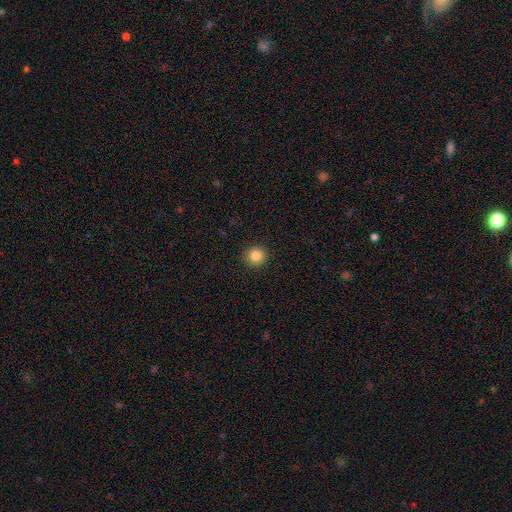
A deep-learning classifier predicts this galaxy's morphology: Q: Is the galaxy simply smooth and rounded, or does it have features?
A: smooth — 85%.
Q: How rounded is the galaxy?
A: round — 92%.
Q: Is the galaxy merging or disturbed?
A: none — 92%.